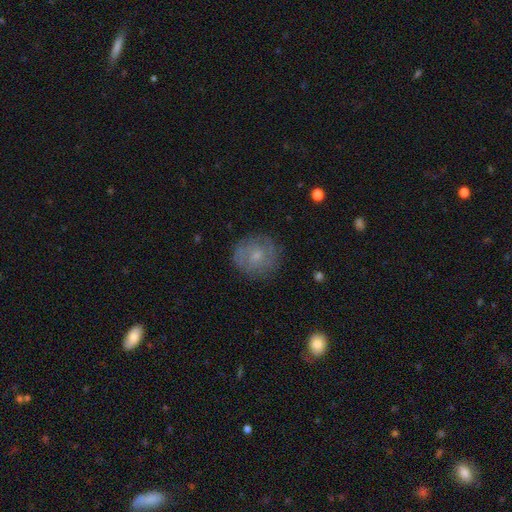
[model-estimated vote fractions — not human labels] A featured or disk galaxy (49%).

Vote fractions:
- Smooth or featured? featured or disk: 49% / smooth: 41% / star or artifact: 10%
- Merging? none: 80% / minor disturbance: 14% / major disturbance: 5% / merger: 1%